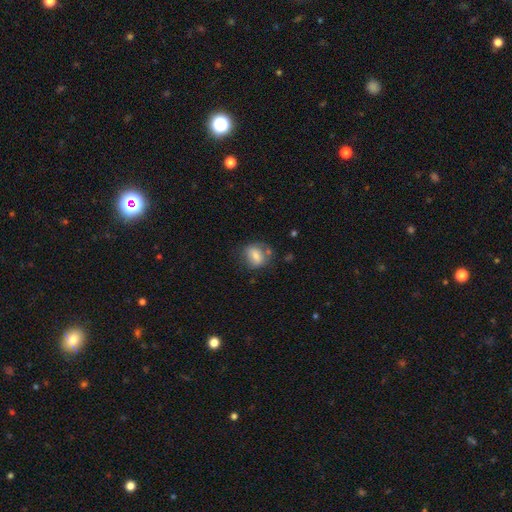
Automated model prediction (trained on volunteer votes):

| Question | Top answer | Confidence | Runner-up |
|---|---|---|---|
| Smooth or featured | smooth | 72% | featured or disk (19%) |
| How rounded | in between | 52% | round (46%) |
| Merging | none | 61% | minor disturbance (23%) |